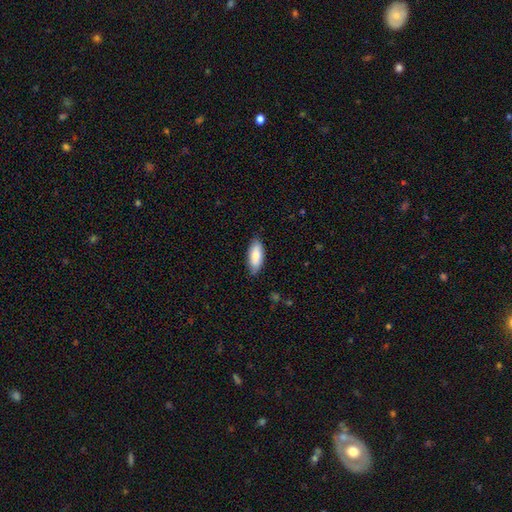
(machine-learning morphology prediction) Overall: smooth (84%). How rounded: in between (84%). Merging: none (82%).